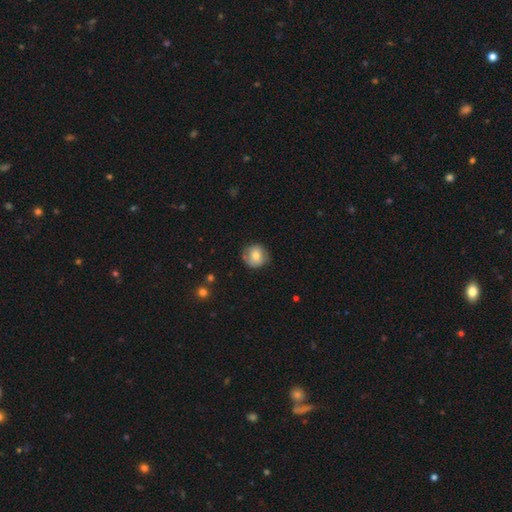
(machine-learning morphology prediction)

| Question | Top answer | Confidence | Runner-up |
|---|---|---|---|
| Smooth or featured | smooth | 66% | featured or disk (27%) |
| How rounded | round | 88% | in between (11%) |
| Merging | none | 75% | minor disturbance (18%) |